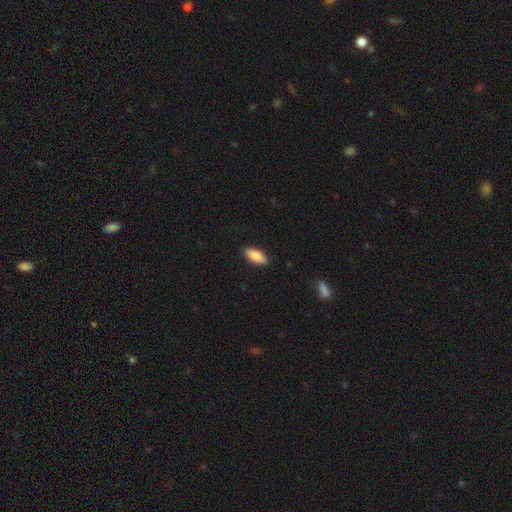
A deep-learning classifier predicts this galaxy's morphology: smooth-or-featured: smooth: 82% | featured or disk: 12% | star or artifact: 6%
  how-rounded: in between: 73% | cigar-shaped: 25% | round: 2%
  merging: none: 89% | minor disturbance: 8% | major disturbance: 2% | merger: 1%